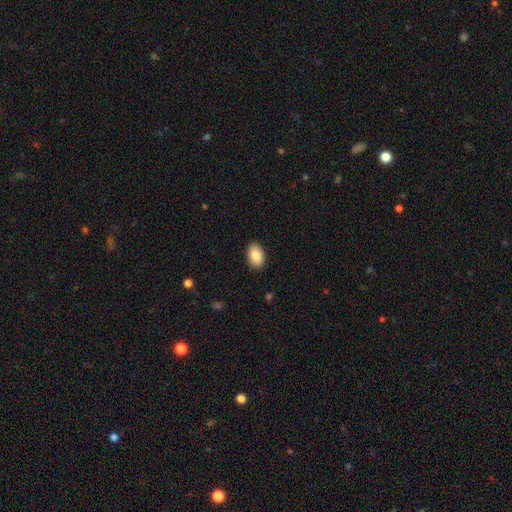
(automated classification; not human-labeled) Smooth or featured? Predicted: smooth (p=0.87). How rounded? Predicted: in between (p=0.90). Merging? Predicted: none (p=0.89).